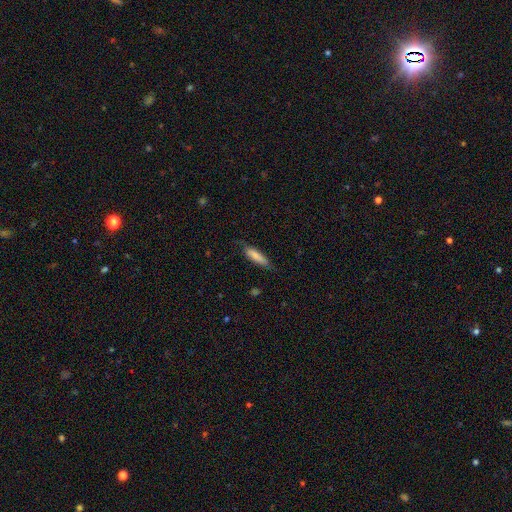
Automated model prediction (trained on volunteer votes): Smooth or featured?
  - smooth: 79% *
  - featured or disk: 15%
  - star or artifact: 6%
How rounded?
  - cigar-shaped: 67% *
  - in between: 31%
  - round: 2%
Merging?
  - none: 70% *
  - minor disturbance: 23%
  - major disturbance: 6%
  - merger: 1%